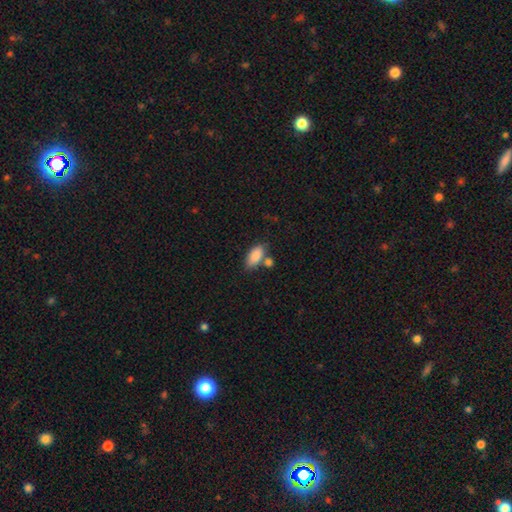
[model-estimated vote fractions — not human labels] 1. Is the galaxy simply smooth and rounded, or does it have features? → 86% smooth, 7% featured or disk, 7% star or artifact.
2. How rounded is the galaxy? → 89% in between, 7% cigar-shaped, 4% round.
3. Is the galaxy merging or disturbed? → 58% none, 22% merger, 15% minor disturbance, 5% major disturbance.